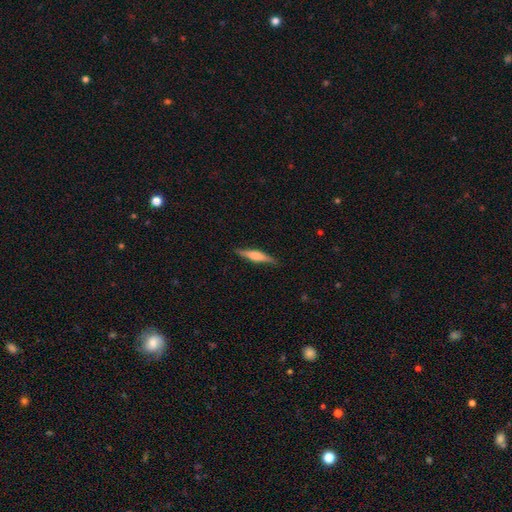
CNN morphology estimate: Q: Smooth or featured?
A: featured or disk (48%); runner-up: smooth (46%)
Q: Merging?
A: none (87%); runner-up: minor disturbance (10%)